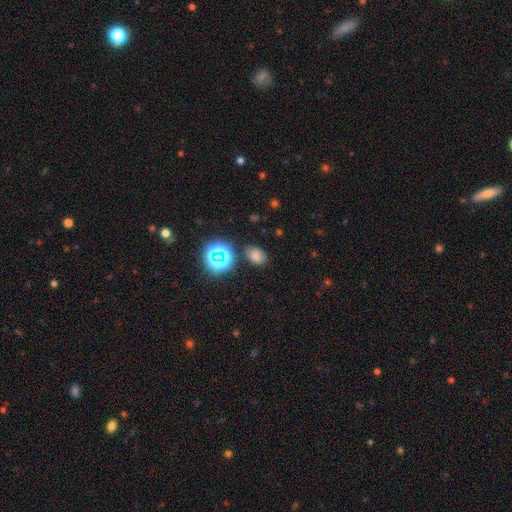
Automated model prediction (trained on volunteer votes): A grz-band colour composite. It shows a smooth galaxy with no disk features (71%) that is in between round and cigar-shaped (71%). Merging: none (81%).